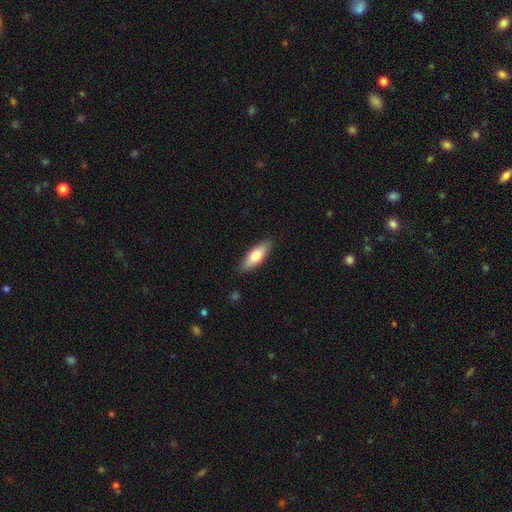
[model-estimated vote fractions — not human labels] Overall: smooth (76%). How rounded: in between (66%; cigar-shaped 32%). Merging: none (87%).